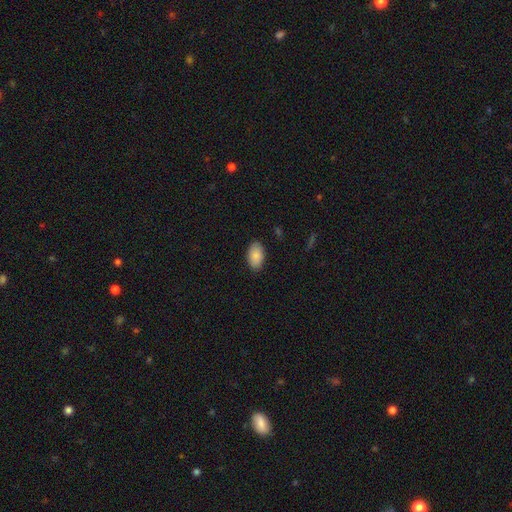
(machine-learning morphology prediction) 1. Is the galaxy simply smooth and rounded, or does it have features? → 87% smooth, 6% star or artifact, 6% featured or disk.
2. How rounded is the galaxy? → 94% in between, 4% round, 1% cigar-shaped.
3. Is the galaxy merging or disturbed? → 87% none, 10% minor disturbance, 2% major disturbance, 1% merger.